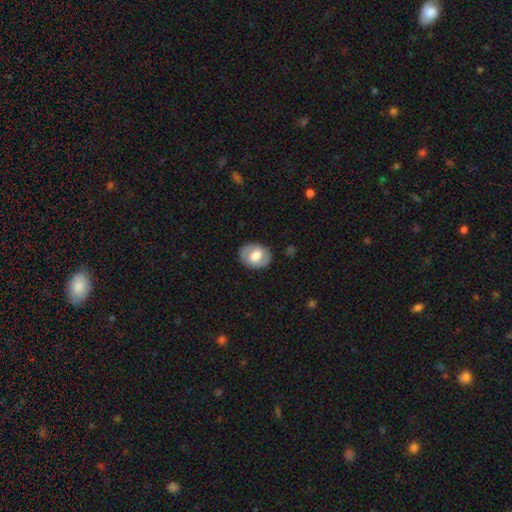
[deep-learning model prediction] Smooth or featured: smooth — 55% (featured or disk — 39%)
How rounded: in between — 62% (round — 37%)
Merging: none — 83% (minor disturbance — 12%)